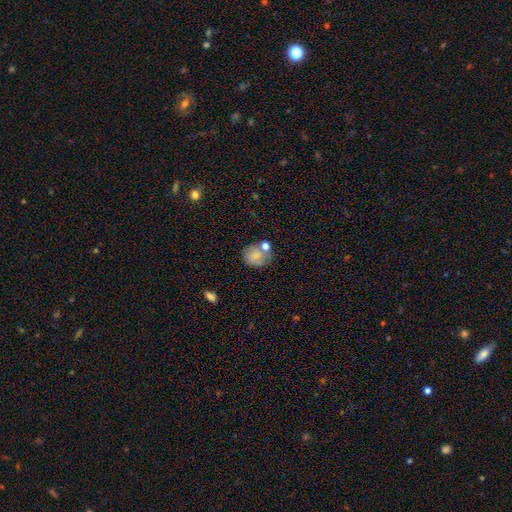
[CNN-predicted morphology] smooth 74%, featured or disk 17%, star or artifact 9%. Down the decision tree: how rounded — round (76%); merging — none (54%).